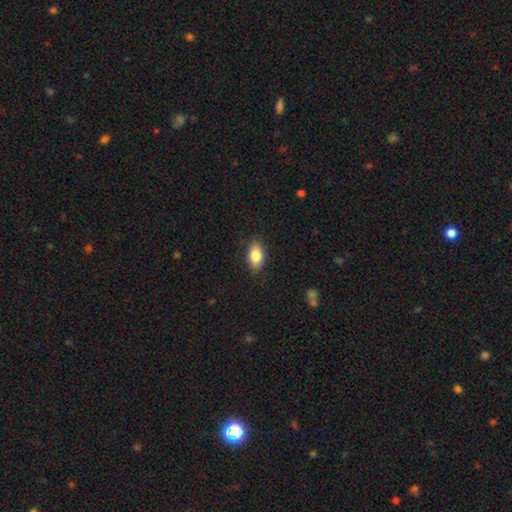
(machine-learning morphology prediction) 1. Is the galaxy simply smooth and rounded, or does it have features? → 83% smooth, 9% featured or disk, 7% star or artifact.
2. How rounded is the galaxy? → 91% in between, 6% round, 3% cigar-shaped.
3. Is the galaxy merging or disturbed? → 87% none, 10% minor disturbance, 2% major disturbance, 1% merger.